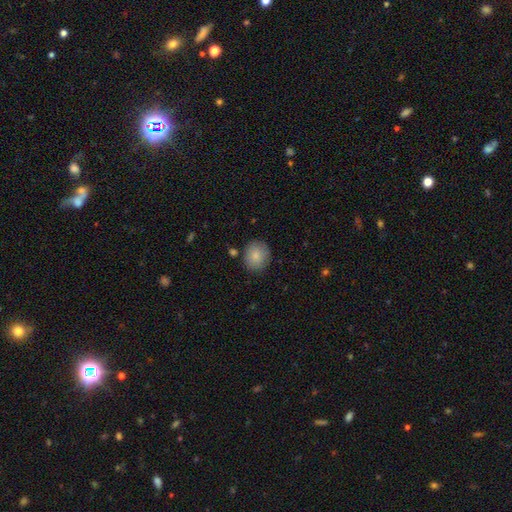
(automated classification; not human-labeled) smooth-or-featured: smooth: 85% | featured or disk: 8% | star or artifact: 7%
  how-rounded: round: 77% | in between: 22% | cigar-shaped: 1%
  merging: none: 83% | minor disturbance: 11% | merger: 3% | major disturbance: 3%